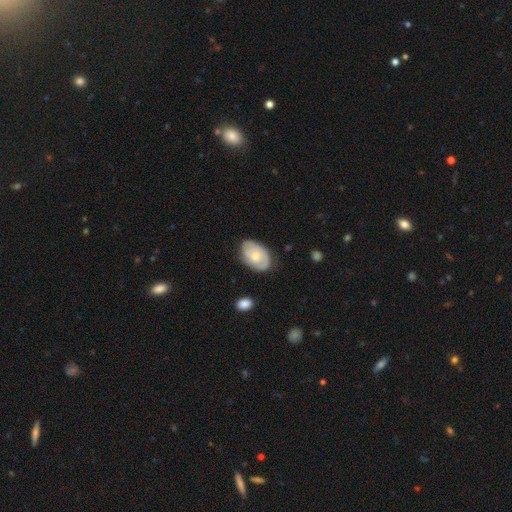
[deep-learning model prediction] This is possibly a featured or disk galaxy (55%). It is clearly not viewed edge-on (95%). Bar: likely no (80%). Spiral arm pattern: likely yes (69%). Central bulge: possibly moderate (54%). Merging: likely none (74%).